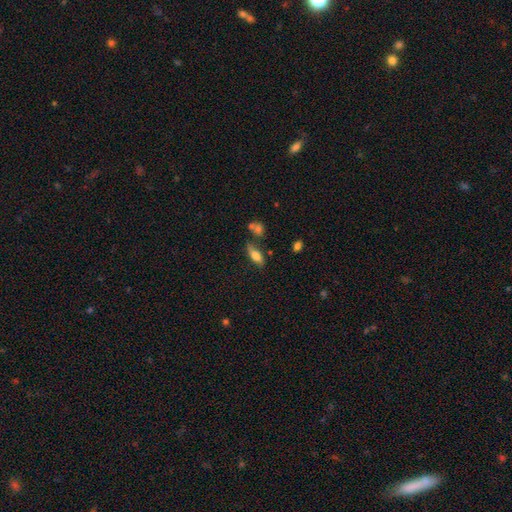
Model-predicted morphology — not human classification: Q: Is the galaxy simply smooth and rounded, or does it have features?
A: smooth — 66%.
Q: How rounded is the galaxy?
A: in between — 66%.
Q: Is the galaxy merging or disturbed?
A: none — 64%.